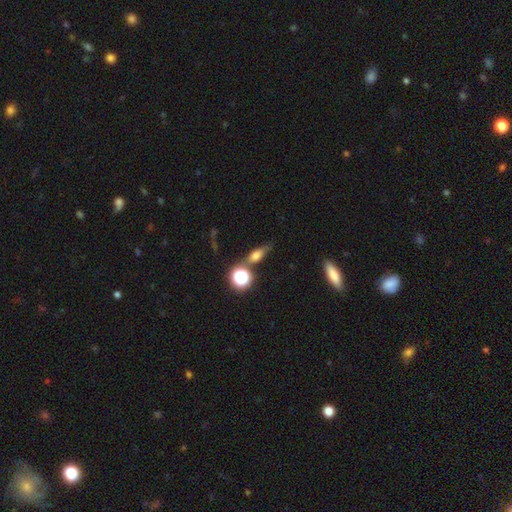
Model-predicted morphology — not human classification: The model was most divided on "how rounded": in between: 50%, round: 26%, cigar-shaped: 24%. More confident: merging — none (58%); smooth or featured — smooth (57%).